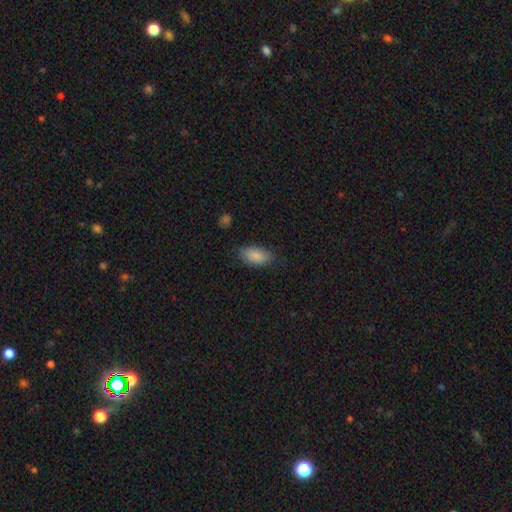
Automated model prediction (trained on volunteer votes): Q: Smooth or featured?
A: smooth (86%); runner-up: featured or disk (7%)
Q: How rounded?
A: in between (92%); runner-up: cigar-shaped (5%)
Q: Merging?
A: none (79%); runner-up: minor disturbance (16%)